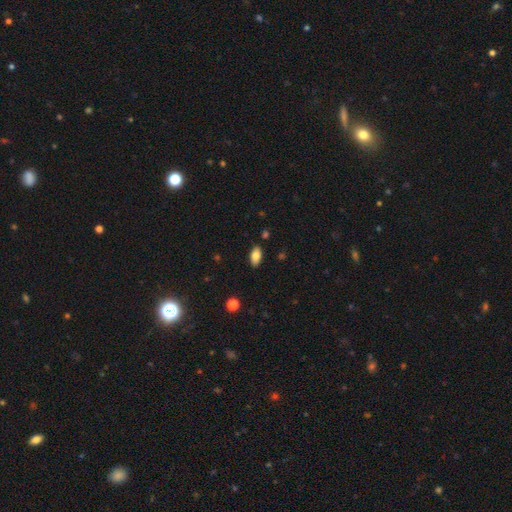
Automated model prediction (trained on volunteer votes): smooth 82%, featured or disk 10%, star or artifact 8%. Down the decision tree: how rounded — in between (92%); merging — none (87%).